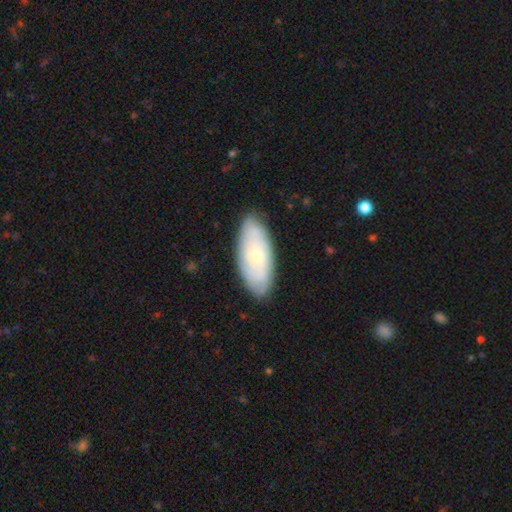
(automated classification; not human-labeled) smooth-or-featured: featured or disk: 49% | smooth: 46% | star or artifact: 6%
  merging: none: 83% | minor disturbance: 14% | major disturbance: 2% | merger: 1%